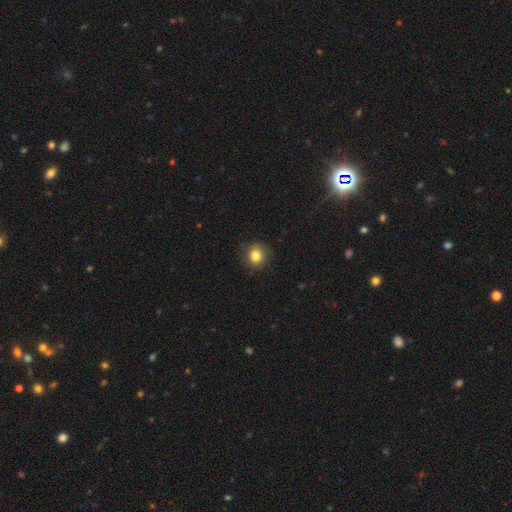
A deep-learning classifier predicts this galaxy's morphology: Smooth or featured: smooth — 82% (star or artifact — 10%)
How rounded: round — 84% (in between — 15%)
Merging: none — 86% (minor disturbance — 10%)